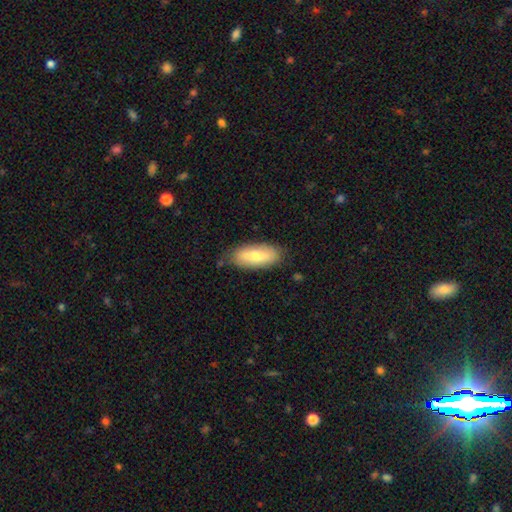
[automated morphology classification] A smooth galaxy with no disk features (68%) that is in between round and cigar-shaped (80%).

Vote fractions:
- Smooth or featured? smooth: 68% / featured or disk: 26% / star or artifact: 6%
- How rounded? in between: 80% / cigar-shaped: 18% / round: 2%
- Merging? none: 81% / minor disturbance: 15% / major disturbance: 3% / merger: 2%